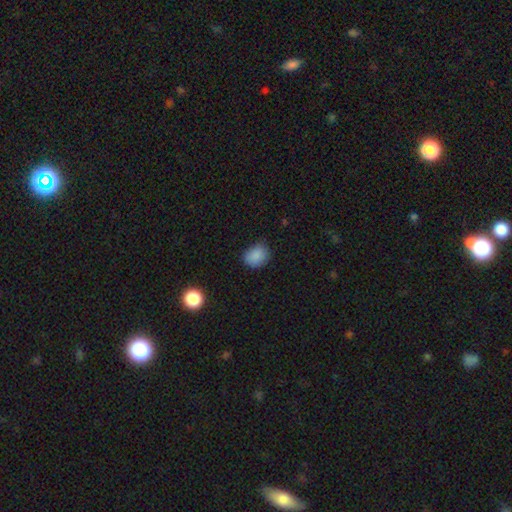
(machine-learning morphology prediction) smooth 86%, star or artifact 10%, featured or disk 4%. Down the decision tree: how rounded — in between (50%); merging — none (70%).